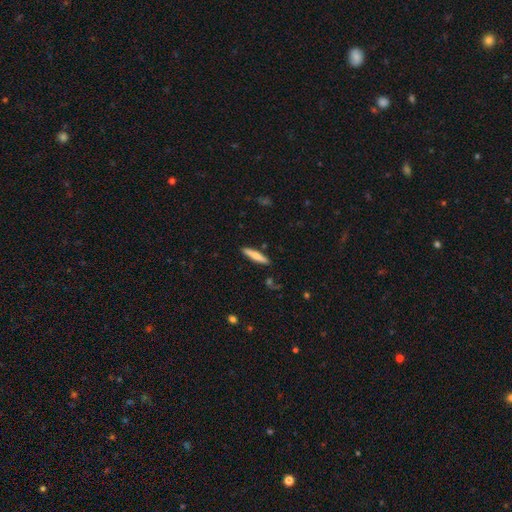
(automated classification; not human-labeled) Smooth or featured? smooth (61%)
How rounded? cigar-shaped (88%)
Merging? none (87%)